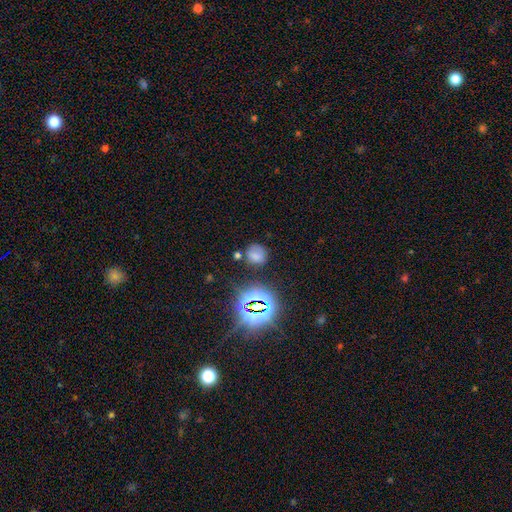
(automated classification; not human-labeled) Overall: smooth (63%; star or artifact 26%). How rounded: round (74%). Merging: none (70%).